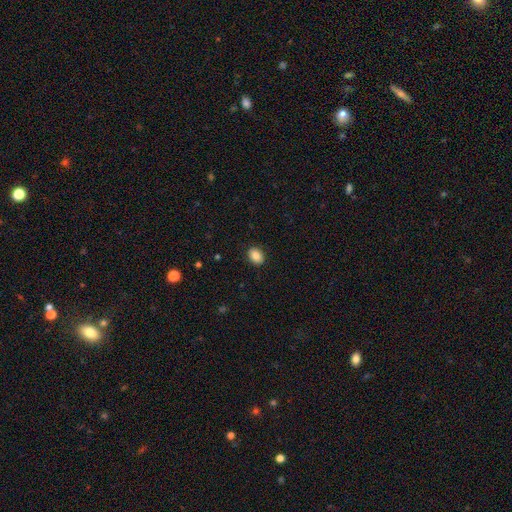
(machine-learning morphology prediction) type=smooth (85%); roundness=in between (67%); merging=none (90%).